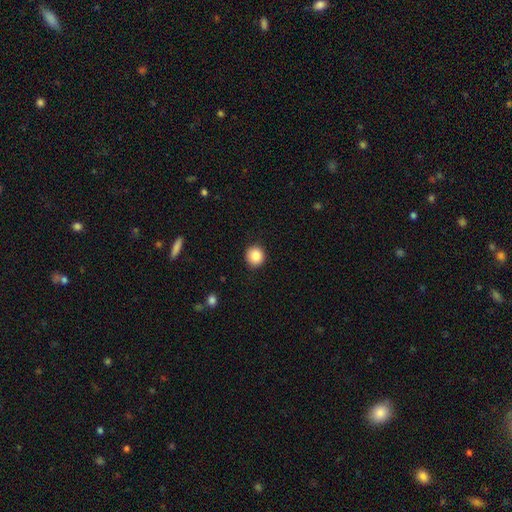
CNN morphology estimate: Smooth or featured?
  - smooth: 87% *
  - star or artifact: 9%
  - featured or disk: 4%
How rounded?
  - round: 90% *
  - in between: 9%
  - cigar-shaped: 1%
Merging?
  - none: 90% *
  - minor disturbance: 7%
  - major disturbance: 2%
  - merger: 1%